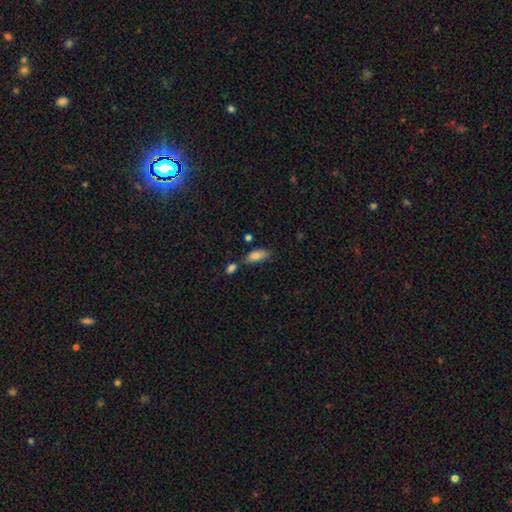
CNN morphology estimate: This appears to be a smooth galaxy with no disk features (81%) that is in between round and cigar-shaped (82%). Merging: none (60%).